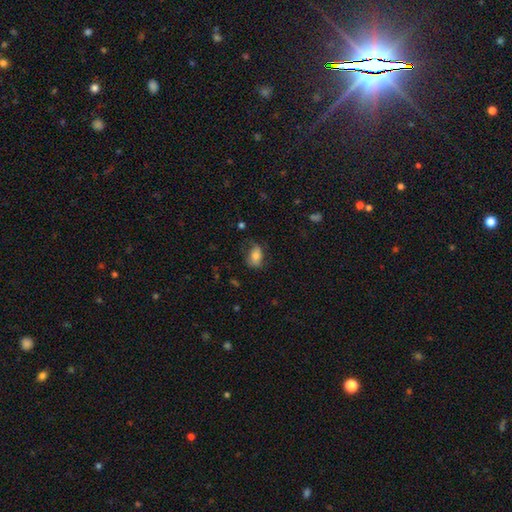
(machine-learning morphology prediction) smooth_or_featured: smooth (p=0.74) [alt: featured or disk p=0.18]
how_rounded: in between (p=0.86) [alt: round p=0.12]
merging: none (p=0.61) [alt: minor disturbance p=0.26]